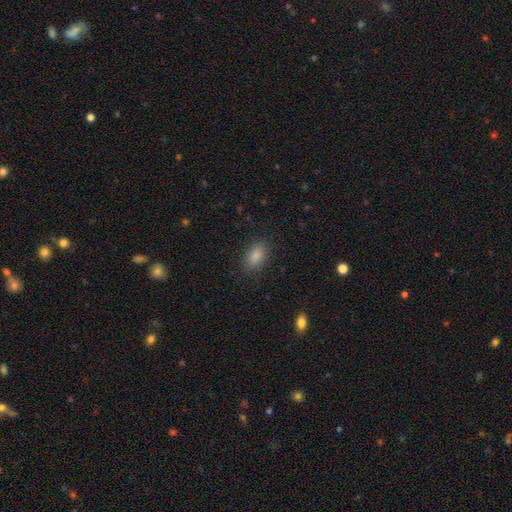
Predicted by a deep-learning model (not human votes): smooth_or_featured: smooth (p=0.87) [alt: star or artifact p=0.09]
how_rounded: in between (p=0.89) [alt: round p=0.08]
merging: none (p=0.86) [alt: minor disturbance p=0.10]